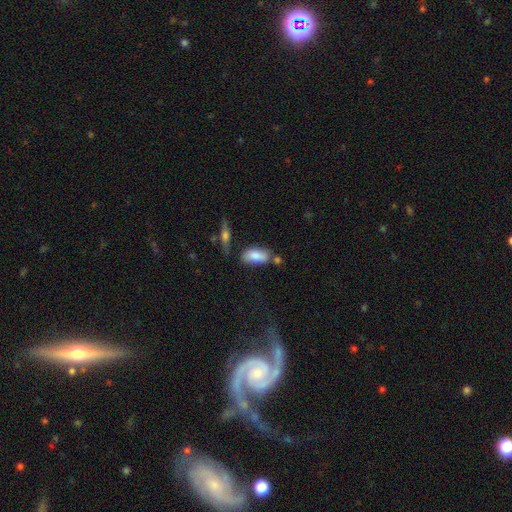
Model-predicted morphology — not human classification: Smooth or featured: smooth — 79% (featured or disk — 14%)
How rounded: in between — 87% (cigar-shaped — 10%)
Merging: none — 60% (minor disturbance — 21%)